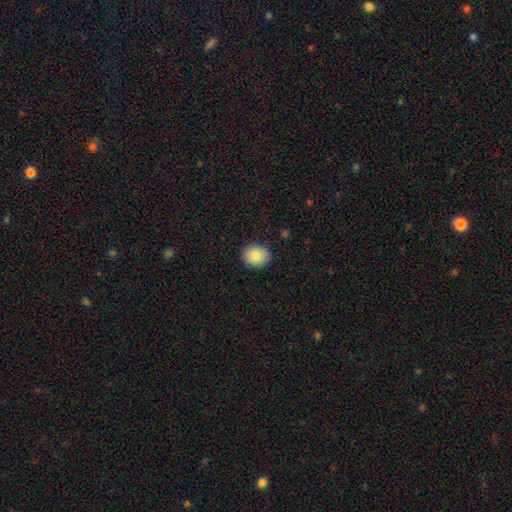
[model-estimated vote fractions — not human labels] Smooth or featured: smooth — 85% (star or artifact — 8%)
How rounded: round — 72% (in between — 27%)
Merging: none — 89% (minor disturbance — 9%)